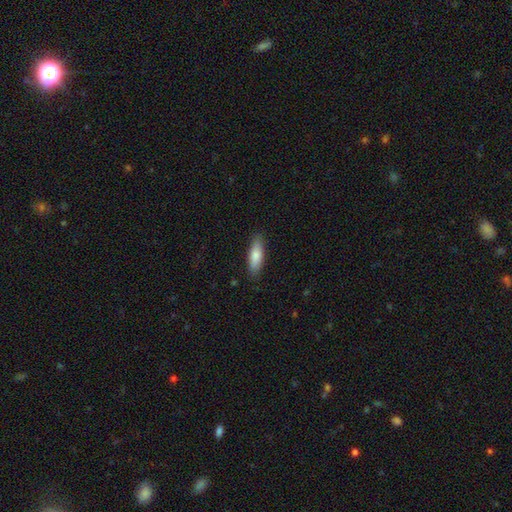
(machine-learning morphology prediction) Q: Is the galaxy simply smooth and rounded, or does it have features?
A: smooth — 79%.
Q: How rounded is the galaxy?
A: in between — 51%.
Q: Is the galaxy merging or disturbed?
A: none — 86%.